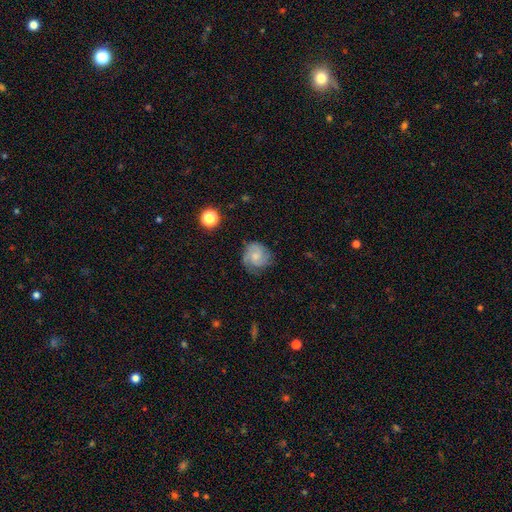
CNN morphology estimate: smooth_or_featured: featured or disk (p=0.59) [alt: smooth p=0.33]
disk_edge_on: no (p=0.98) [alt: yes p=0.02]
bar: no (p=0.73) [alt: weak p=0.24]
has_spiral_arms: yes (p=0.91) [alt: no p=0.09]
spiral_winding: tight (p=0.51) [alt: medium p=0.37]
spiral_arm_count: 2 (p=0.35) [alt: 3 p=0.26]
bulge_size: small (p=0.54) [alt: moderate p=0.34]
merging: none (p=0.69) [alt: minor disturbance p=0.22]